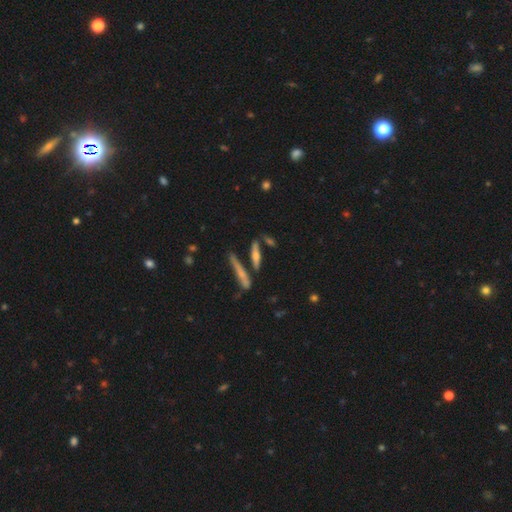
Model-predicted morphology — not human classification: Smooth or featured: smooth — 45% (tied with featured or disk — 45%)
Merging: none — 70% (merger — 13%)